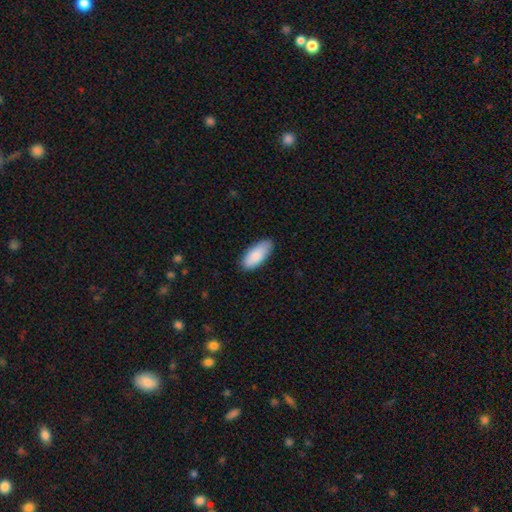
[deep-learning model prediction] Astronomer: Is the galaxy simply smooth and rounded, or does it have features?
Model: smooth — 87%.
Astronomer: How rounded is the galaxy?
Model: in between — 88%.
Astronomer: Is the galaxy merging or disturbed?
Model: none — 80%.